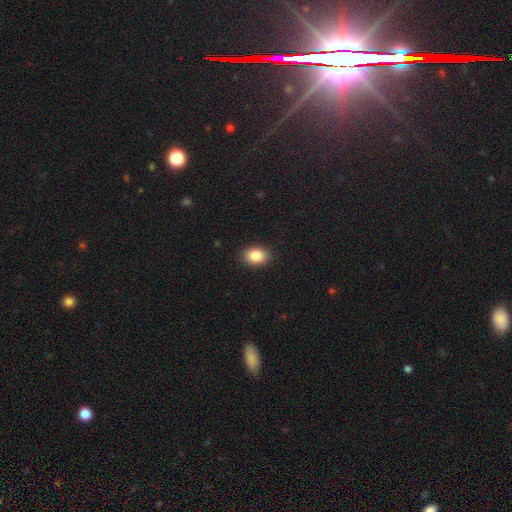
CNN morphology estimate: Smooth or featured? Predicted: smooth (p=0.85). How rounded? Predicted: in between (p=0.70). Merging? Predicted: none (p=0.90).